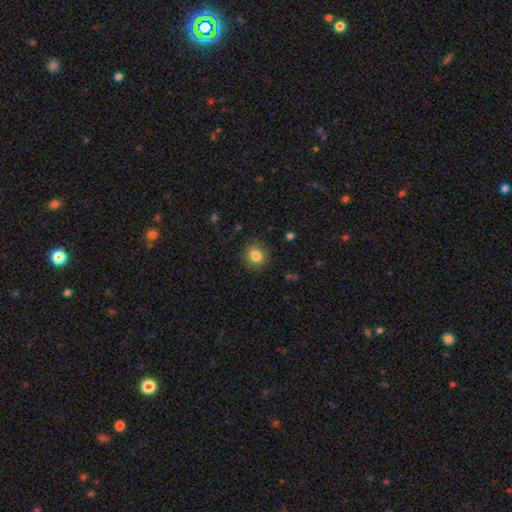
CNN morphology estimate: Smooth or featured? Predicted: smooth (p=0.84). How rounded? Predicted: round (p=0.84). Merging? Predicted: none (p=0.87).